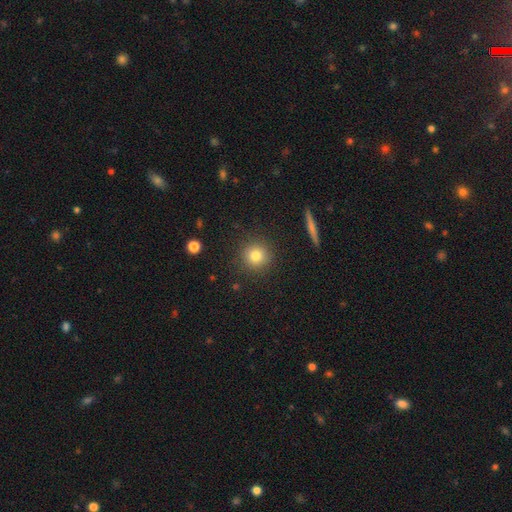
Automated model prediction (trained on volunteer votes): Q: Smooth or featured?
A: smooth (81%); runner-up: star or artifact (11%)
Q: How rounded?
A: round (92%); runner-up: in between (6%)
Q: Merging?
A: none (89%); runner-up: minor disturbance (7%)